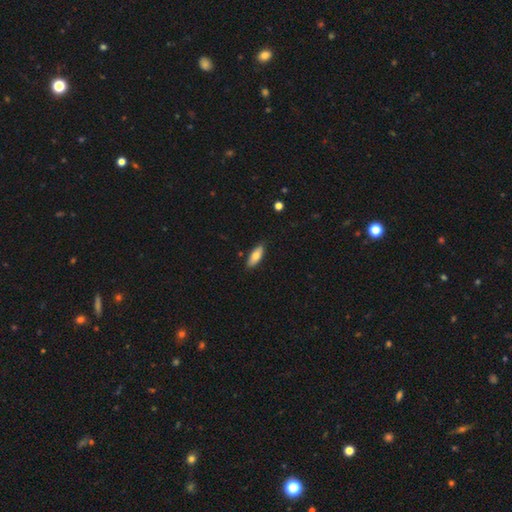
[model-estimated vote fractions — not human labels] Smooth or featured: smooth — 76% (featured or disk — 18%)
How rounded: in between — 73% (cigar-shaped — 25%)
Merging: none — 86% (minor disturbance — 11%)